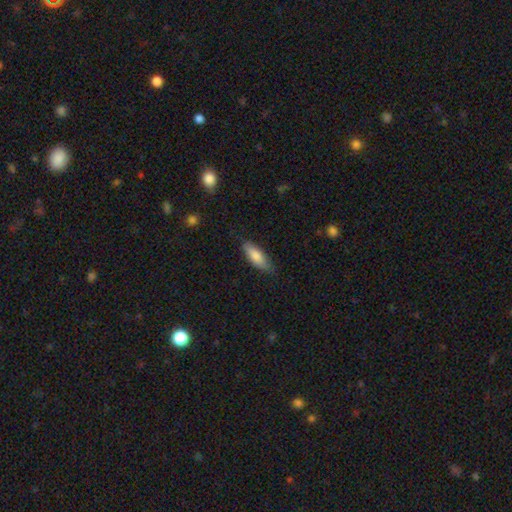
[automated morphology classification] This is clearly a smooth galaxy (81%). How rounded: likely in between (63%). Merging: likely none (79%).